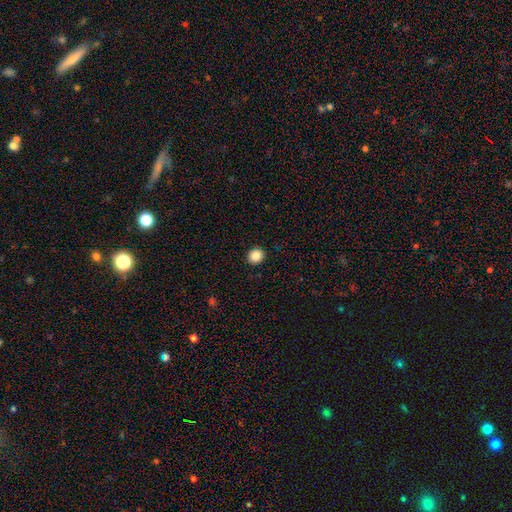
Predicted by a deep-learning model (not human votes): Morphology: type=smooth (87%); roundness=round (77%); merging=none (92%).